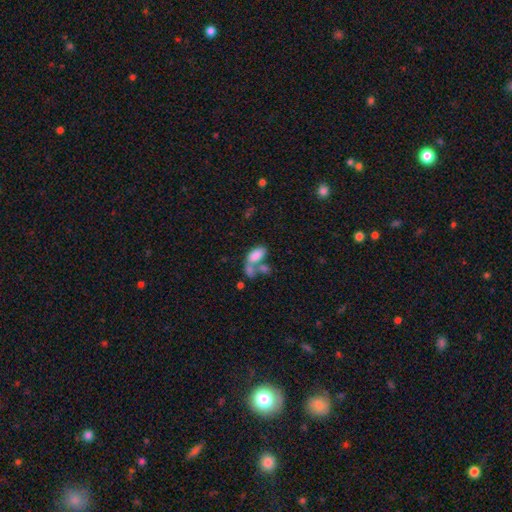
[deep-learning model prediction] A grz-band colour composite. It shows a smooth galaxy with no disk features (76%) that is in between round and cigar-shaped (92%). Merging: merger (56%).